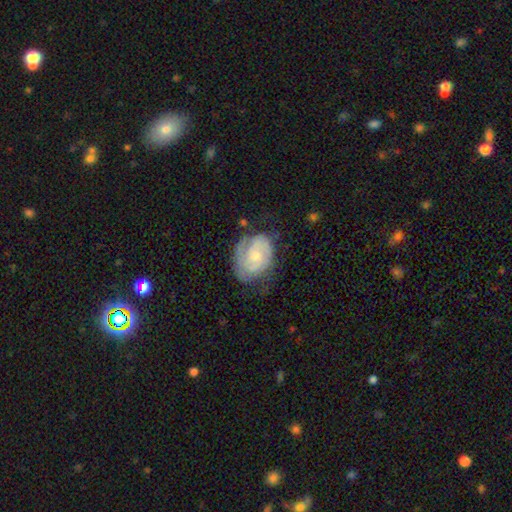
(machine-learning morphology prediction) type=featured or disk (79%); edge-on=no (98%); bar=no (61%); spiral arms=yes (94%); winding=tight (56%); arm count=2 (67%); bulge=small (51%); merging=none (63%).